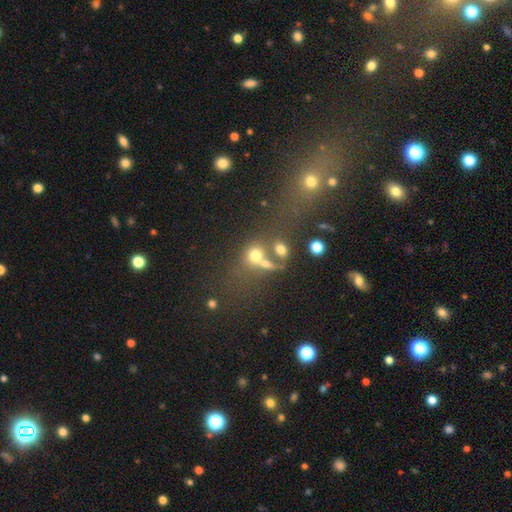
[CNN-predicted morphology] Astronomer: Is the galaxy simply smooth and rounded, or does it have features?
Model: smooth — 68%.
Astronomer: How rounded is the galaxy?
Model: round — 63%.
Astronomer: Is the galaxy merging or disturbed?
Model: merger — 41% (runner-up: none, 38%).